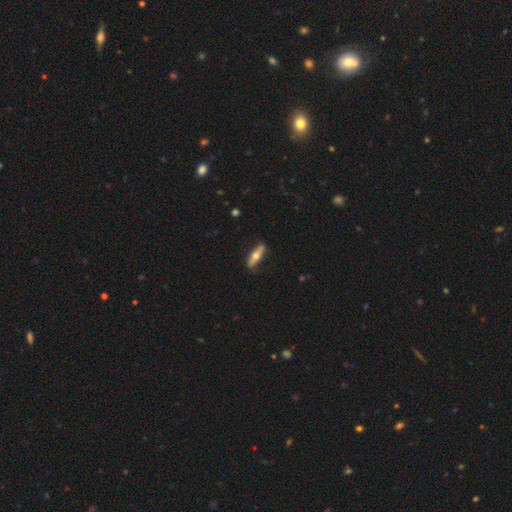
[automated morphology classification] Overall: featured or disk (53%; smooth 42%). Edge-on disk: yes (87%). Merging: none (82%).